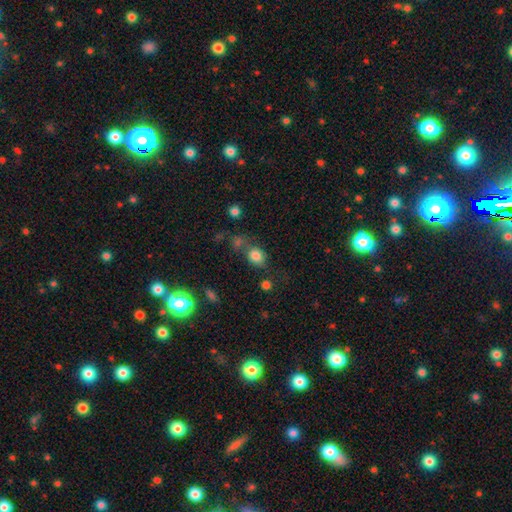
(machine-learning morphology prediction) smooth_or_featured: smooth (p=0.81) [alt: star or artifact p=0.12]
how_rounded: round (p=0.58) [alt: in between p=0.41]
merging: none (p=0.57) [alt: merger p=0.18]